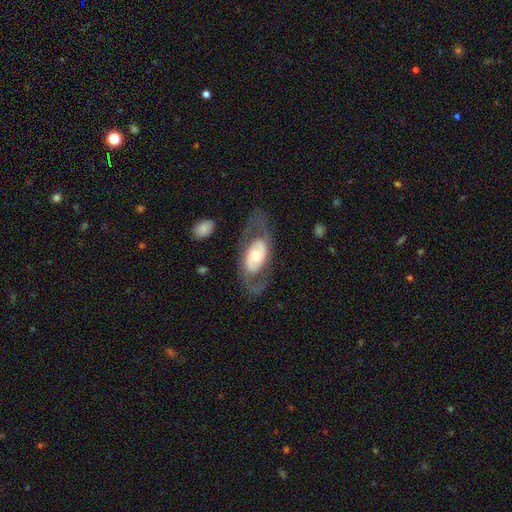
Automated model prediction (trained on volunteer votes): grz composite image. It shows a featured or disk galaxy (73%) with no bar (69%), spiral arms (66%) and a moderate central bulge (65%). Merging: none (69%).